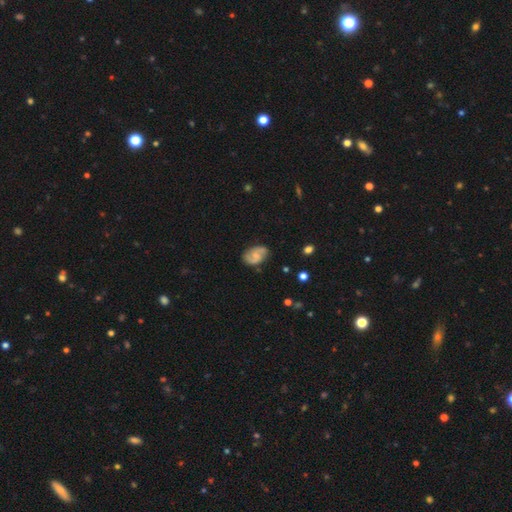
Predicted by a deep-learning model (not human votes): Smooth or featured?
  - featured or disk: 66% *
  - smooth: 27%
  - star or artifact: 7%
Edge-on disk?
  - no: 97% *
  - yes: 3%
Bar?
  - no: 47% *
  - weak: 44%
  - strong: 9%
Spiral arms?
  - yes: 91% *
  - no: 9%
Spiral winding?
  - medium: 46% *
  - loose: 33%
  - tight: 21%
Spiral arm count?
  - 2: 88% *
  - can't tell: 6%
  - 1: 2%
  - 3: 1%
  - 4: 1%
  - more than 4: 1%
Bulge size?
  - small: 49% *
  - moderate: 28%
  - none: 19%
  - large: 2%
  - dominant: 1%
Merging?
  - none: 76% *
  - minor disturbance: 18%
  - major disturbance: 4%
  - merger: 2%